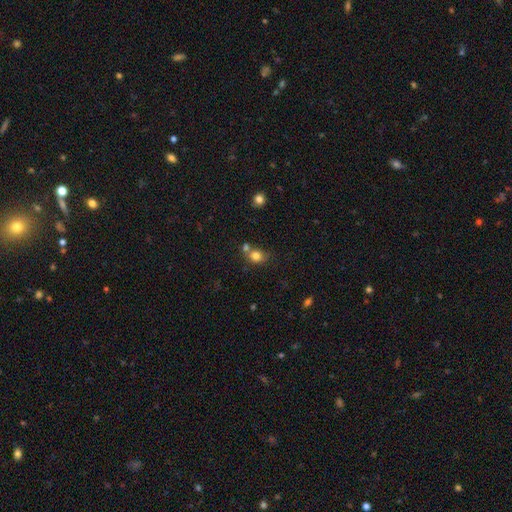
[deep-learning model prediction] A smooth galaxy with no disk features (80%) that is round (62%). Merging: none (50%).